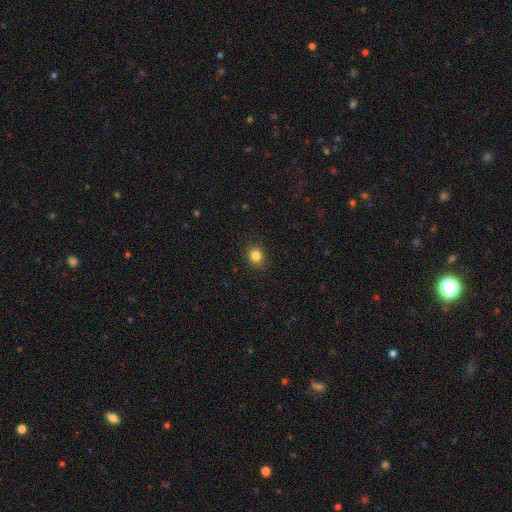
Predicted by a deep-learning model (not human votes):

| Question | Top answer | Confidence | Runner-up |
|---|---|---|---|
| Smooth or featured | smooth | 84% | star or artifact (12%) |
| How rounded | round | 79% | in between (20%) |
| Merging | none | 90% | minor disturbance (7%) |